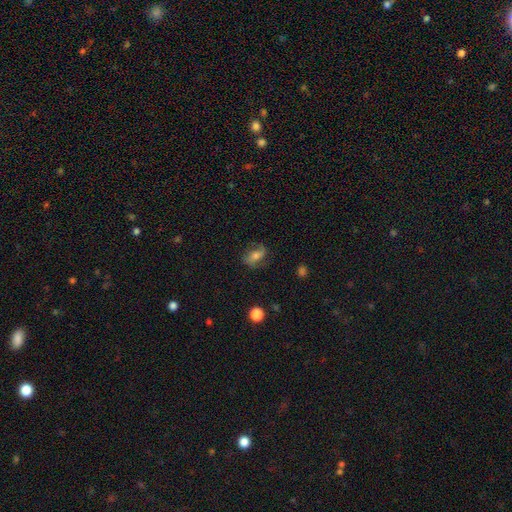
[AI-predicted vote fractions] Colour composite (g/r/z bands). It shows a featured or disk galaxy (52%). Merging: none (70%).